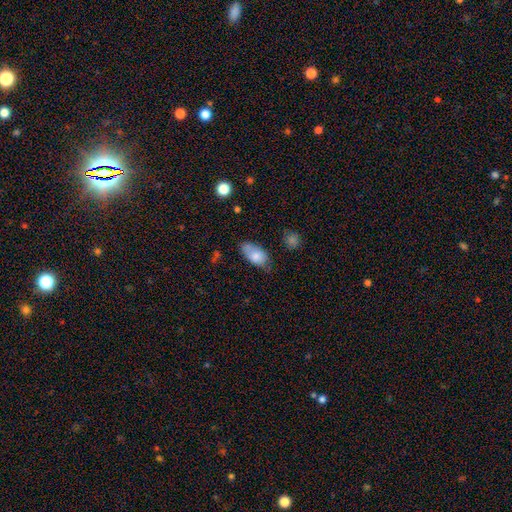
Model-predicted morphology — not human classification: type=smooth (78%); roundness=in between (92%); merging=none (52%).